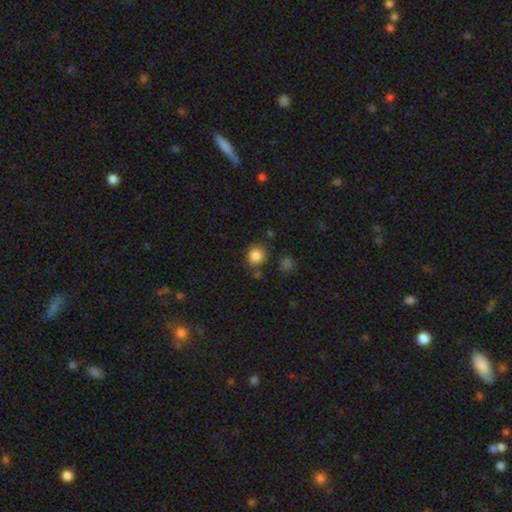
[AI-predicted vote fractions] A smooth galaxy with no disk features (86%) that is round (84%).

Vote fractions:
- Smooth or featured? smooth: 86% / star or artifact: 10% / featured or disk: 4%
- How rounded? round: 84% / in between: 15% / cigar-shaped: 1%
- Merging? none: 76% / minor disturbance: 14% / merger: 6% / major disturbance: 4%